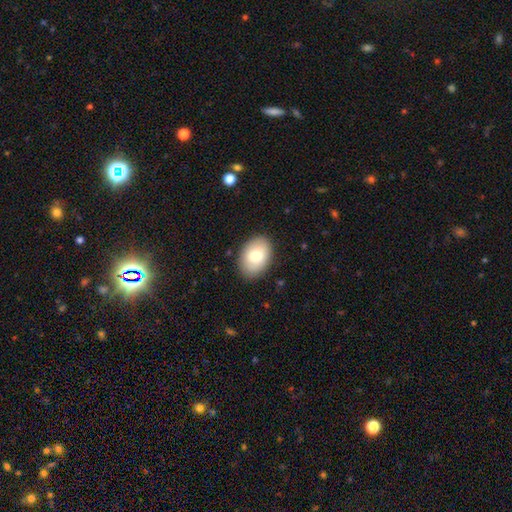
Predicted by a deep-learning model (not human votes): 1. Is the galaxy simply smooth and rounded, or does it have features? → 78% smooth, 16% featured or disk, 6% star or artifact.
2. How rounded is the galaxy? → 84% in between, 15% round, 1% cigar-shaped.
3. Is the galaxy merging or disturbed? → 87% none, 10% minor disturbance, 2% major disturbance, 1% merger.